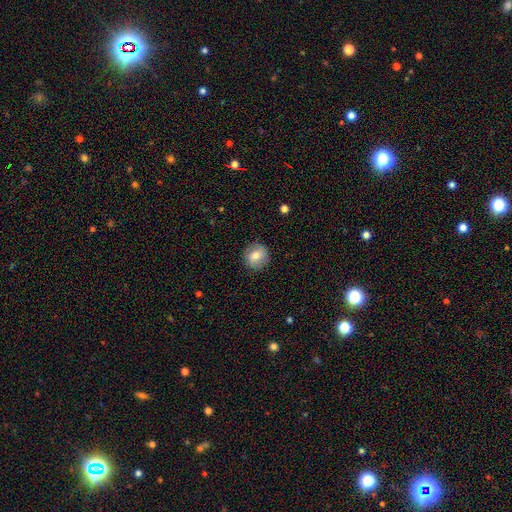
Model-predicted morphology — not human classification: Q: Smooth or featured?
A: smooth (65%); runner-up: featured or disk (27%)
Q: How rounded?
A: round (88%); runner-up: in between (11%)
Q: Merging?
A: none (85%); runner-up: minor disturbance (11%)